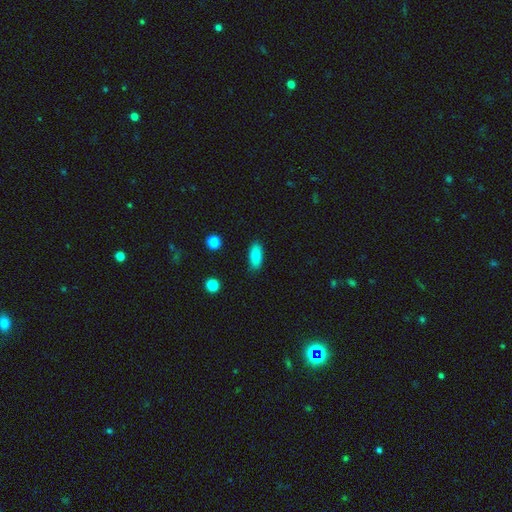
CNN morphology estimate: Overall: smooth (88%). How rounded: in between (80%). Merging: none (86%).